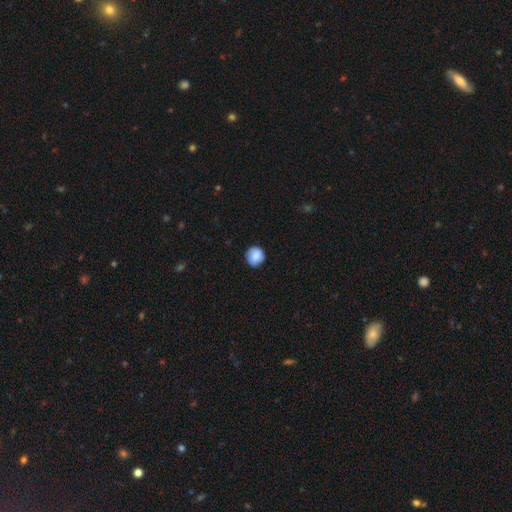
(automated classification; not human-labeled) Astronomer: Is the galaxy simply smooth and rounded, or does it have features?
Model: smooth — 79%.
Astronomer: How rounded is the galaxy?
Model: round — 87%.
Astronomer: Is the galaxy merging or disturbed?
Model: none — 83%.